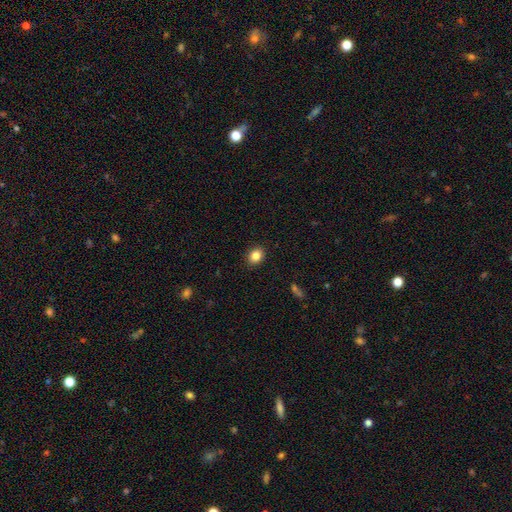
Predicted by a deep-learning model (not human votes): This appears to be a smooth galaxy with no disk features (85%) that is round (55%). Merging: none (90%).